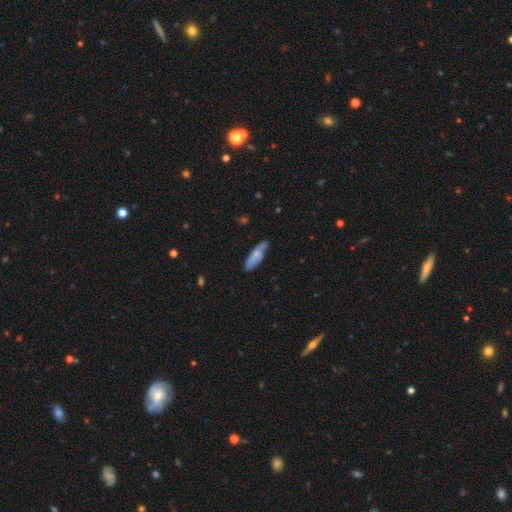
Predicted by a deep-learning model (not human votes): smooth_or_featured: smooth (p=0.65) [alt: featured or disk p=0.29]
how_rounded: cigar-shaped (p=0.49) [tied with: in between p=0.49]
merging: none (p=0.67) [alt: minor disturbance p=0.26]